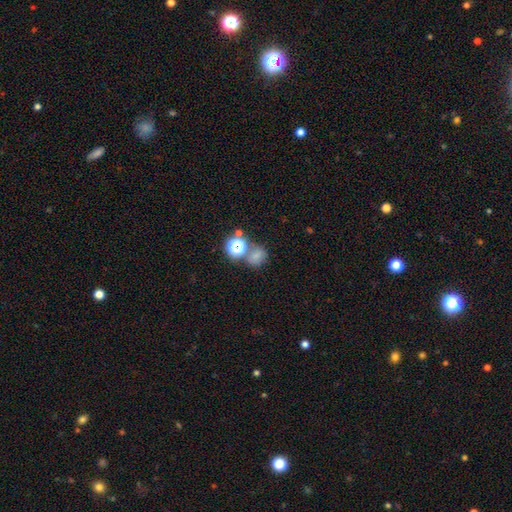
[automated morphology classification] Smooth or featured? Predicted: smooth (p=0.63). How rounded? Predicted: round (p=0.65). Merging? Predicted: none (p=0.53).